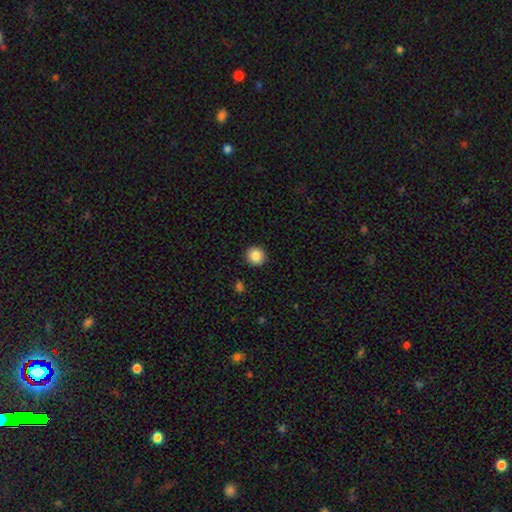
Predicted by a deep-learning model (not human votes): Morphology: type=smooth (87%); roundness=round (92%); merging=none (92%).